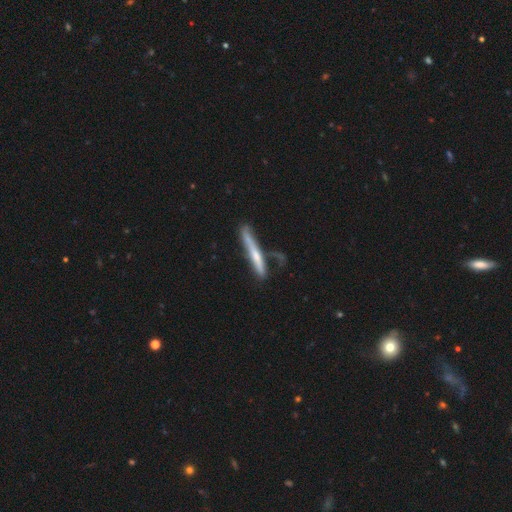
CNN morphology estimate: smooth-or-featured: featured or disk: 50% | smooth: 44% | star or artifact: 6%
  disk-edge-on: yes: 92% | no: 8%
  merging: none: 62% | minor disturbance: 21% | merger: 9% | major disturbance: 8%